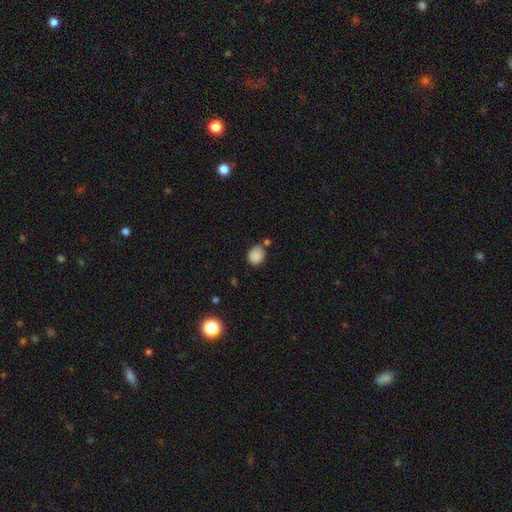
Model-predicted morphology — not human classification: Overall: smooth (86%). How rounded: round (64%; in between 36%). Merging: none (66%).